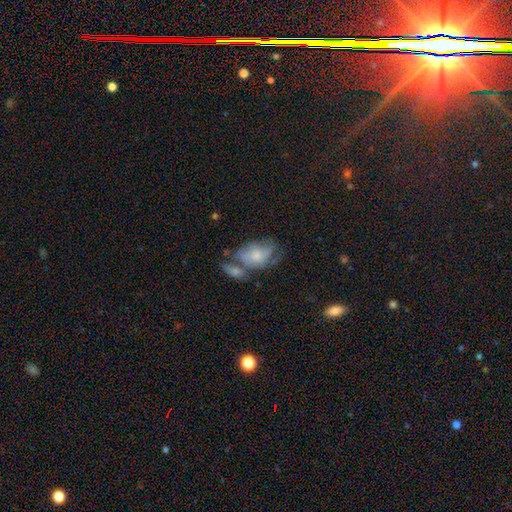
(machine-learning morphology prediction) The model was most divided on "merging": merger: 30%, none: 29%, minor disturbance: 22%, major disturbance: 20%. Remaining: smooth or featured — smooth (50%).